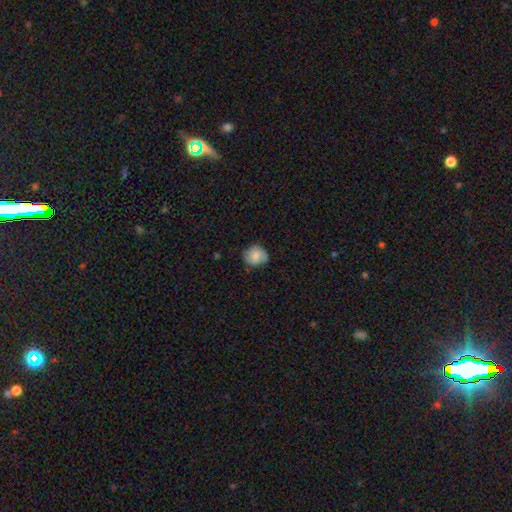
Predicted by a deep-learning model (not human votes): Smooth or featured? smooth (73%)
How rounded? round (80%)
Merging? none (72%)